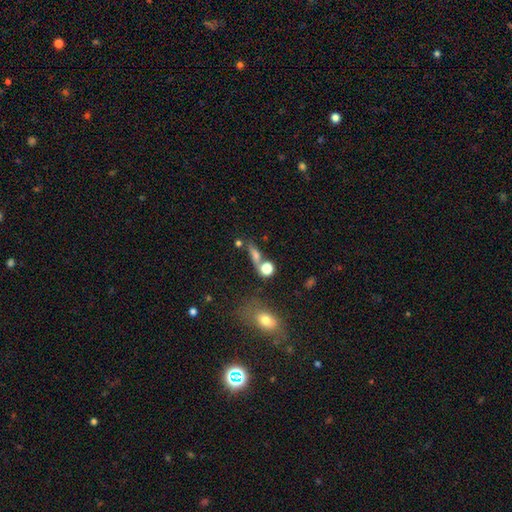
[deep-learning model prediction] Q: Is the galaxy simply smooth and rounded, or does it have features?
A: smooth — 52%.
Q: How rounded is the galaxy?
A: in between — 39%.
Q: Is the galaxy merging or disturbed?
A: none — 52%.